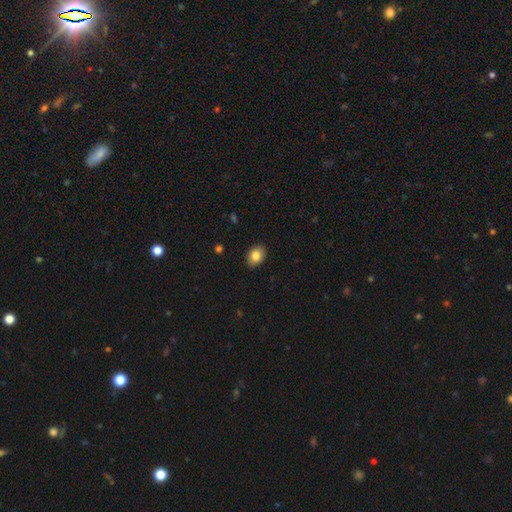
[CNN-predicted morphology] This is clearly a smooth galaxy (84%). How rounded: likely in between (77%). Merging: clearly none (88%).